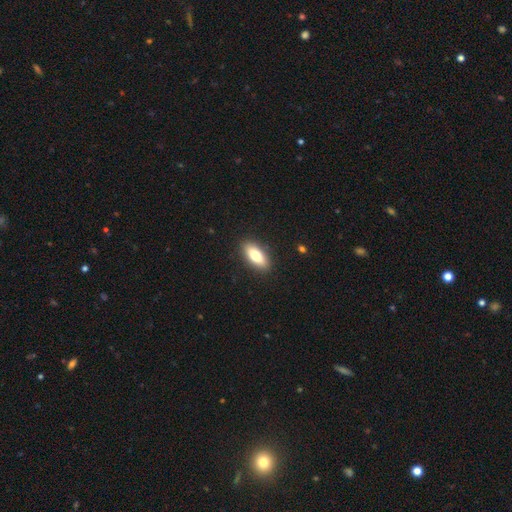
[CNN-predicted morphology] smooth 76%, featured or disk 17%, star or artifact 7%. Down the decision tree: how rounded — in between (83%); merging — none (89%).